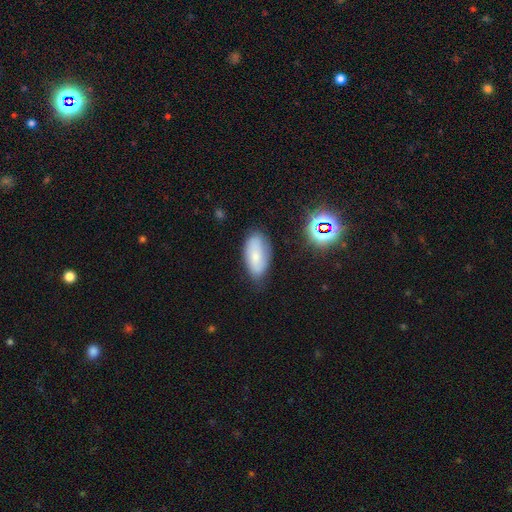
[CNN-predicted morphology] Overall: smooth (65%). How rounded: in between (90%). Merging: none (70%).